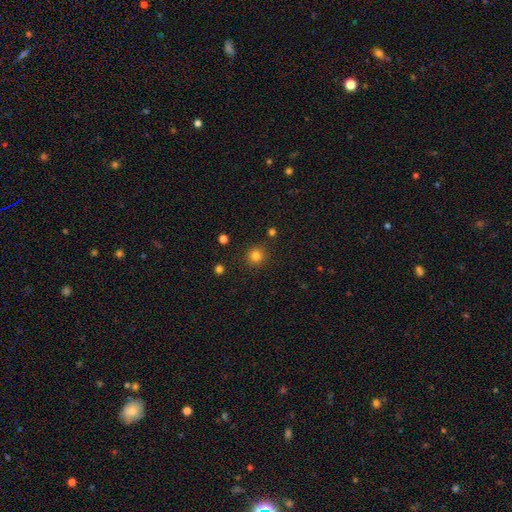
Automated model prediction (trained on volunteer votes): smooth_or_featured: smooth (p=0.82) [alt: star or artifact p=0.14]
how_rounded: round (p=0.94) [alt: in between p=0.05]
merging: none (p=0.89) [alt: minor disturbance p=0.06]